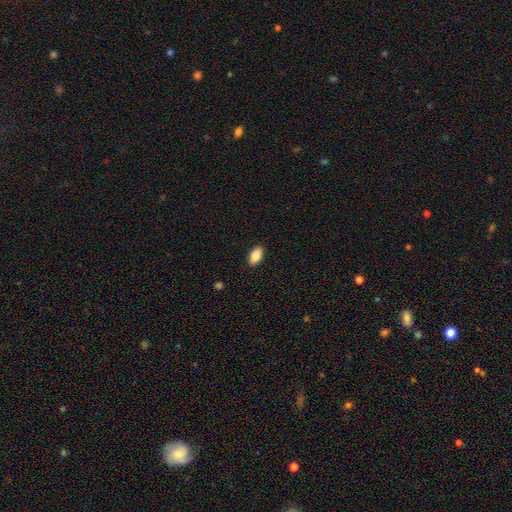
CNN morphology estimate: A smooth galaxy with no disk features (85%) that is in between round and cigar-shaped (91%).

Vote fractions:
- Smooth or featured? smooth: 85% / featured or disk: 8% / star or artifact: 7%
- How rounded? in between: 91% / cigar-shaped: 5% / round: 3%
- Merging? none: 89% / minor disturbance: 8% / major disturbance: 2% / merger: 1%